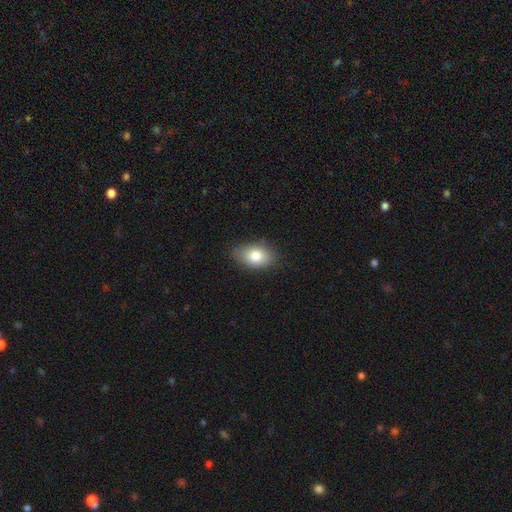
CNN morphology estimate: Overall: smooth (81%). How rounded: in between (89%). Merging: none (81%).